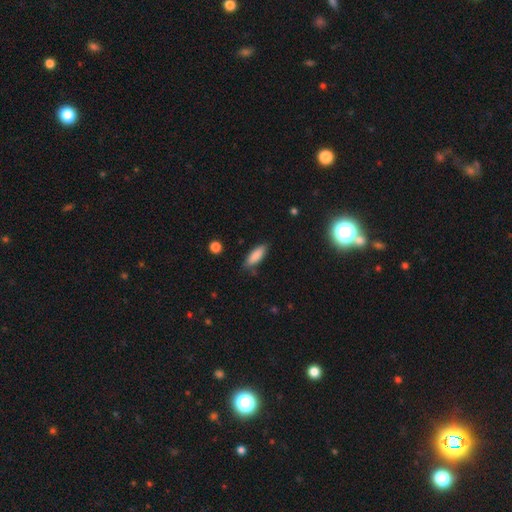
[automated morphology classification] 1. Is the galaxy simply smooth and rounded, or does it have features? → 86% smooth, 7% featured or disk, 7% star or artifact.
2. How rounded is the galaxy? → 61% in between, 37% cigar-shaped, 2% round.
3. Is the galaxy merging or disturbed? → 81% none, 14% minor disturbance, 3% major disturbance, 2% merger.